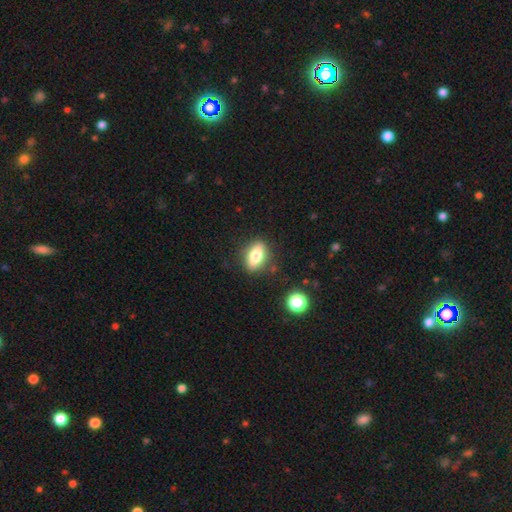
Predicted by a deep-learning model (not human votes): smooth-or-featured: smooth: 72% | featured or disk: 20% | star or artifact: 9%
  how-rounded: in between: 80% | round: 10% | cigar-shaped: 10%
  merging: none: 84% | minor disturbance: 11% | major disturbance: 3% | merger: 2%